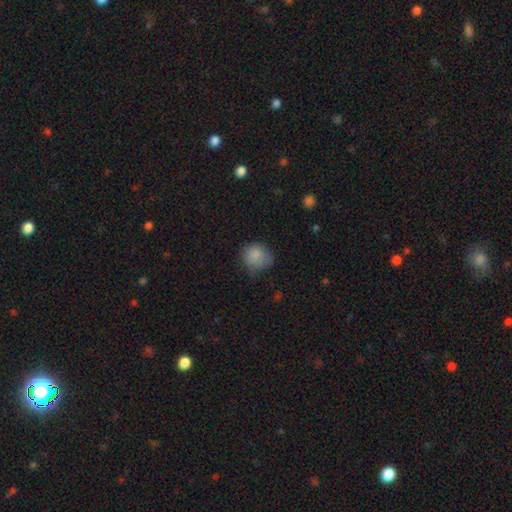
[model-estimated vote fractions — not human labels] A smooth galaxy with no disk features (84%) that is round (74%).

Vote fractions:
- Smooth or featured? smooth: 84% / star or artifact: 8% / featured or disk: 8%
- How rounded? round: 74% / in between: 25% / cigar-shaped: 1%
- Merging? none: 55% / minor disturbance: 34% / major disturbance: 10% / merger: 2%